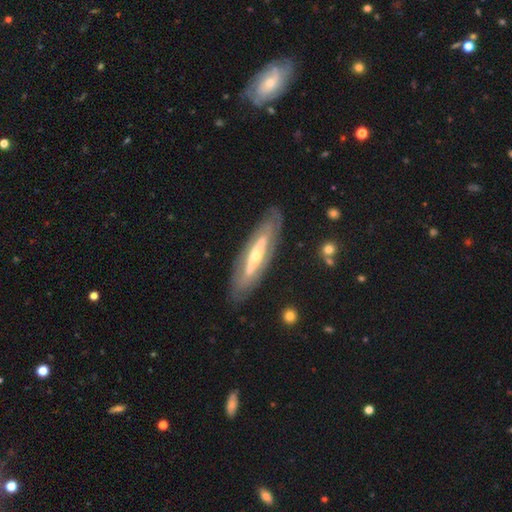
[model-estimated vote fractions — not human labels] Morphology: type=featured or disk (76%); edge-on=no (65%); merging=none (82%).